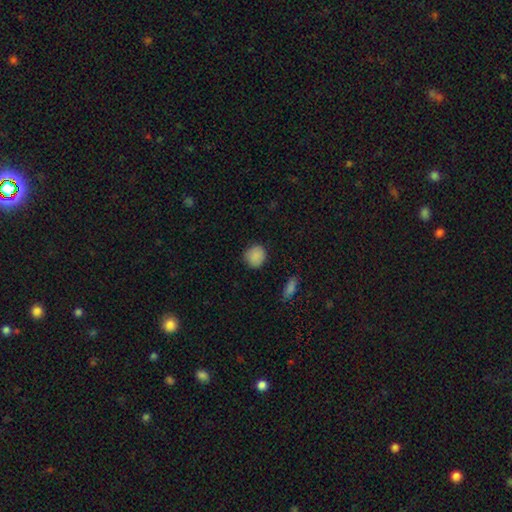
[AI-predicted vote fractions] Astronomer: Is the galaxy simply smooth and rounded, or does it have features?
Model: smooth — 88%.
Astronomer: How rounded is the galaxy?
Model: round — 85%.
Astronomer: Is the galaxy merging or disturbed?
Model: none — 85%.